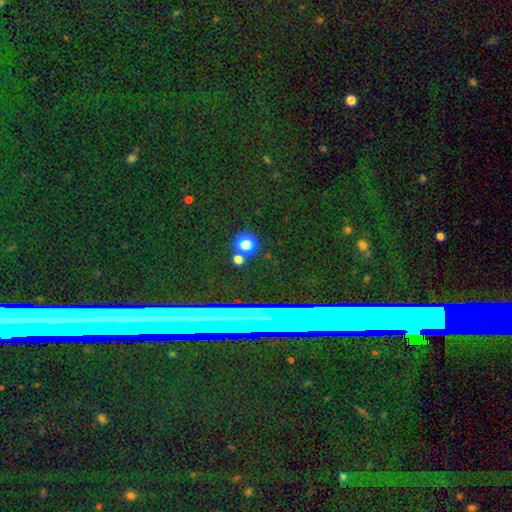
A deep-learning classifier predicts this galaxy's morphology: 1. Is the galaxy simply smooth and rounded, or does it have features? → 68% star or artifact, 16% smooth, 16% featured or disk.